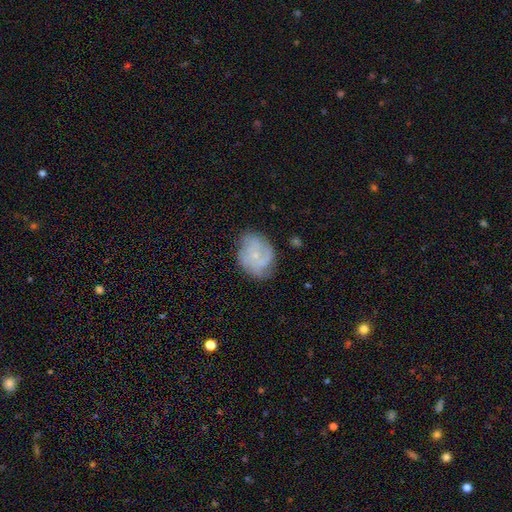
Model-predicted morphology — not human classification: This is likely a featured or disk galaxy (66%). It is clearly not viewed edge-on (98%). Bar: likely no (79%). Spiral arm pattern: clearly yes (88%). Spiral arm count: marginally can't tell (31%). Spiral winding: possibly tight (46%). Central bulge: clearly small (80%). Merging: likely none (69%).